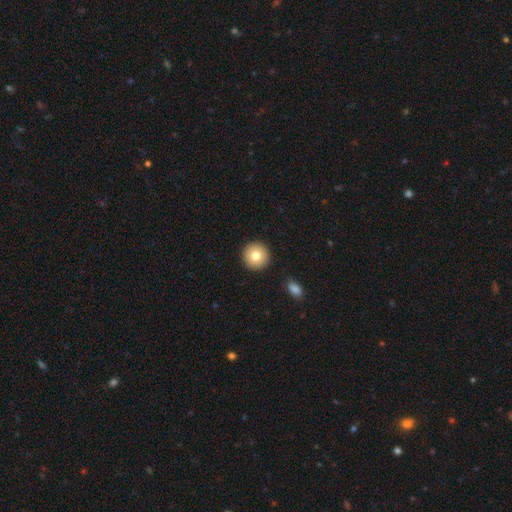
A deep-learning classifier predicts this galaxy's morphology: Smooth or featured?
  - smooth: 77% *
  - featured or disk: 15%
  - star or artifact: 8%
How rounded?
  - round: 96% *
  - in between: 3%
  - cigar-shaped: 1%
Merging?
  - none: 92% *
  - minor disturbance: 5%
  - major disturbance: 2%
  - merger: 1%